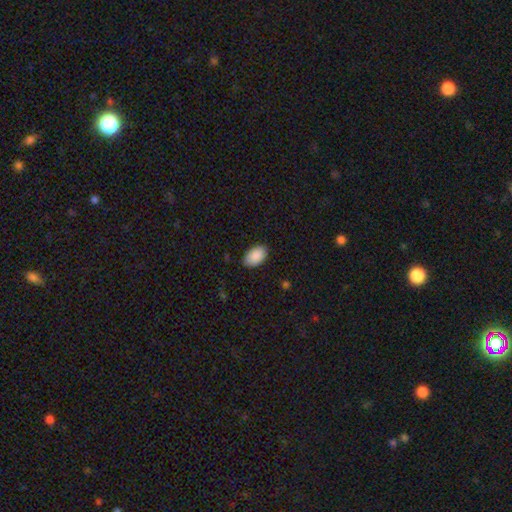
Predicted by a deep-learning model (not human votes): The model was most divided on "merging": none: 85%, minor disturbance: 12%, major disturbance: 2%, merger: 1%. More confident: how rounded — in between (93%); smooth or featured — smooth (90%).